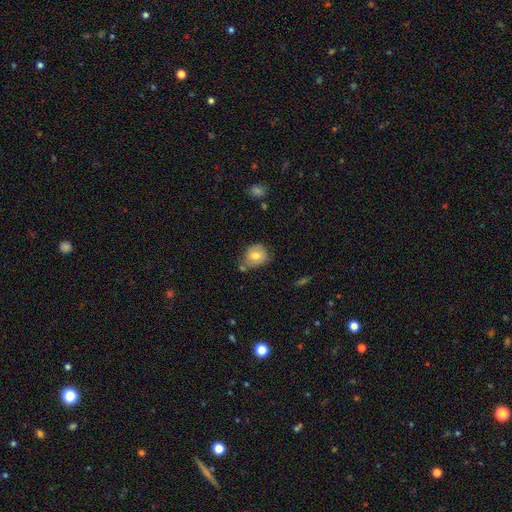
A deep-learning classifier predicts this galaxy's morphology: This is likely a smooth galaxy (70%). How rounded: likely round (69%). Merging: possibly none (60%).